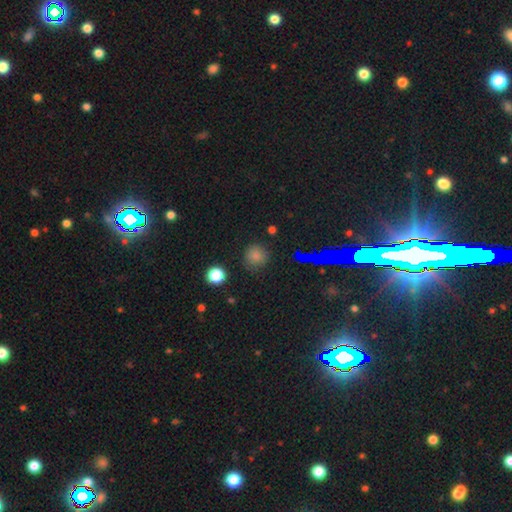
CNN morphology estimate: Smooth or featured: smooth — 74% (star or artifact — 20%)
How rounded: round — 93% (in between — 6%)
Merging: none — 84% (minor disturbance — 10%)